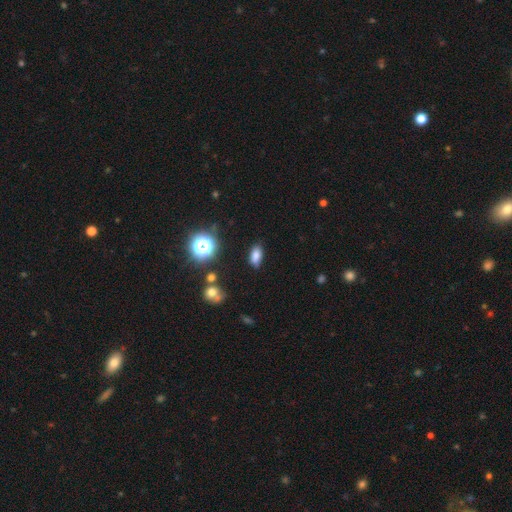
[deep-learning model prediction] This is likely a smooth galaxy (77%). How rounded: clearly in between (87%). Merging: likely none (79%).